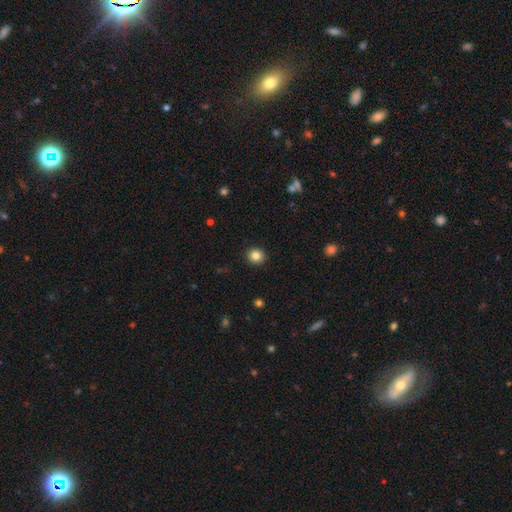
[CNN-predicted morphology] Smooth or featured: smooth — 84% (star or artifact — 11%)
How rounded: round — 90% (in between — 9%)
Merging: none — 92% (minor disturbance — 5%)